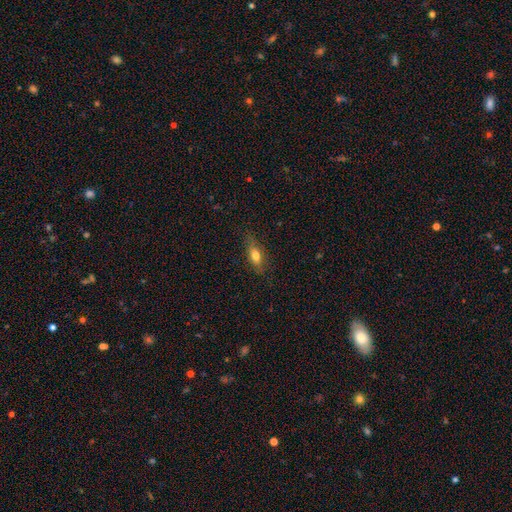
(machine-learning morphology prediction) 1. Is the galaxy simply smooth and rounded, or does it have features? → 70% smooth, 22% featured or disk, 8% star or artifact.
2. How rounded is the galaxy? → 67% in between, 29% cigar-shaped, 5% round.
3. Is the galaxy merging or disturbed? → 75% none, 18% minor disturbance, 5% major disturbance, 1% merger.